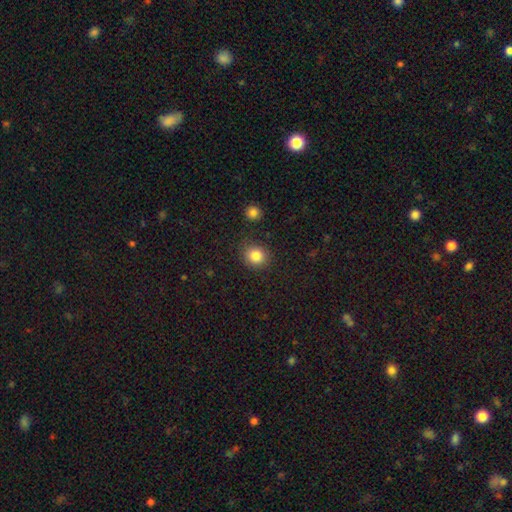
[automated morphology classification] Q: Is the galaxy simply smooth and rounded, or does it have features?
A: smooth — 84%.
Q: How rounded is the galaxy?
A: round — 80%.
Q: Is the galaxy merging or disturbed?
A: none — 85%.